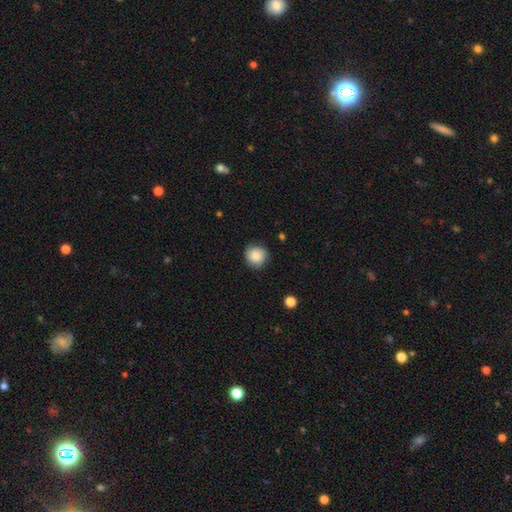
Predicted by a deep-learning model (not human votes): smooth_or_featured: smooth (p=0.83) [alt: featured or disk p=0.09]
how_rounded: round (p=0.91) [alt: in between p=0.08]
merging: none (p=0.83) [alt: minor disturbance p=0.13]